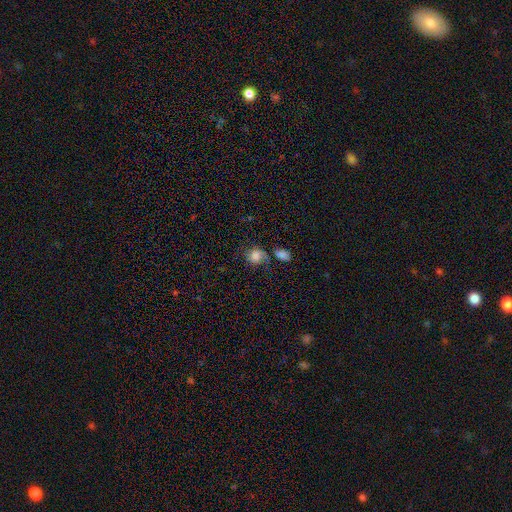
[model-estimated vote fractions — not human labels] Smooth or featured? smooth (76%)
How rounded? round (73%)
Merging? none (47%)